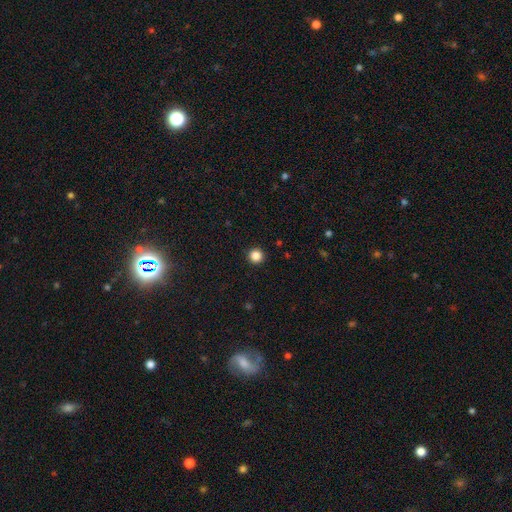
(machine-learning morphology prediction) Q: Smooth or featured?
A: smooth (86%); runner-up: star or artifact (11%)
Q: How rounded?
A: round (95%); runner-up: in between (4%)
Q: Merging?
A: none (93%); runner-up: minor disturbance (4%)